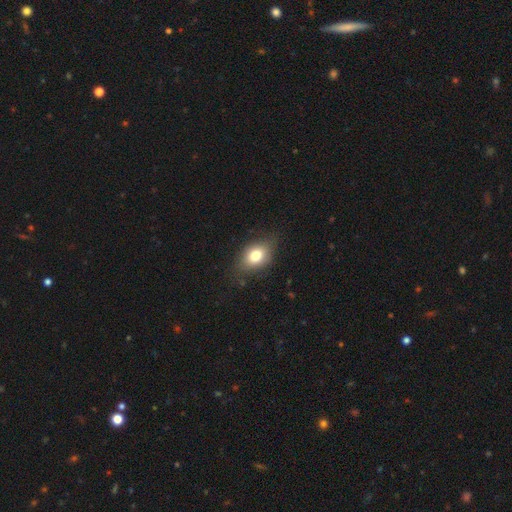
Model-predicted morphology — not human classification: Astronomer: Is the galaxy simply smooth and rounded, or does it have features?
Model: smooth — 74%.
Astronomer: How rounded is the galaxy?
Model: in between — 69%.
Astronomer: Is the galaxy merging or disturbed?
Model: none — 73%.